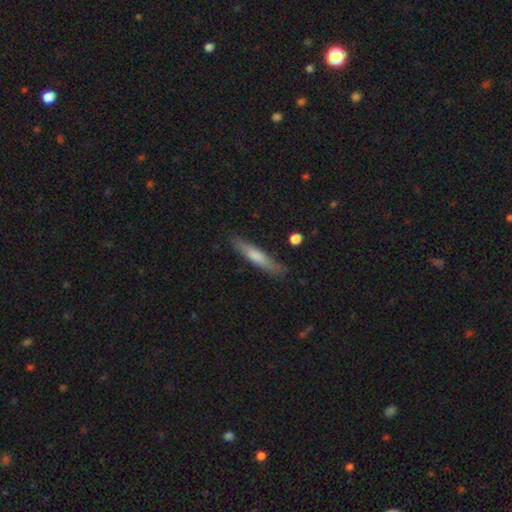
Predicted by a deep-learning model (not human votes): This appears to be a smooth galaxy with no disk features (62%) that is cigar-shaped (90%). Merging: none (84%).